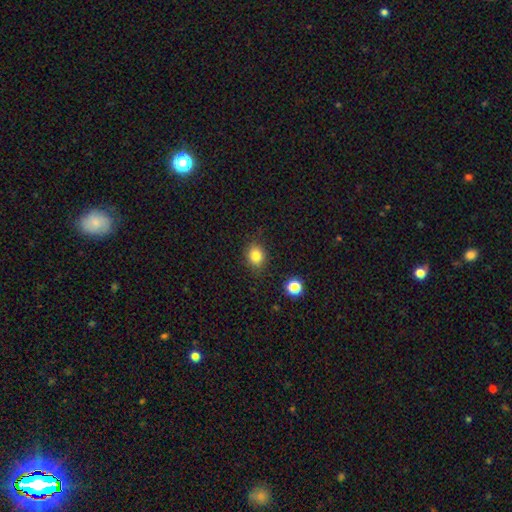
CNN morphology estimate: smooth 82%, star or artifact 12%, featured or disk 6%. Down the decision tree: how rounded — round (63%); merging — none (85%).